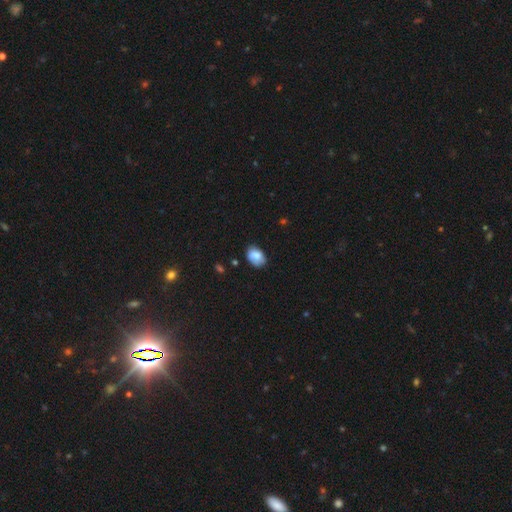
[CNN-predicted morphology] smooth-or-featured: smooth: 80% | featured or disk: 12% | star or artifact: 8%
  how-rounded: in between: 78% | round: 21% | cigar-shaped: 1%
  merging: none: 66% | minor disturbance: 27% | major disturbance: 5% | merger: 2%